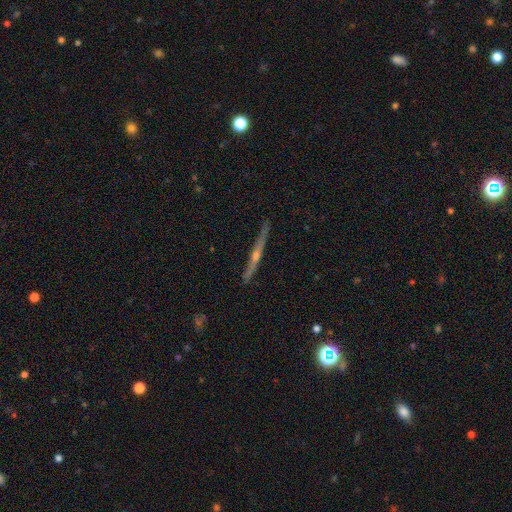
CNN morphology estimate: smooth-or-featured: featured or disk: 77% | smooth: 15% | star or artifact: 9%
  disk-edge-on: yes: 97% | no: 3%
    edge-on-bulge: rounded: 83% | none: 11% | boxy: 5%
  merging: none: 89% | minor disturbance: 8% | major disturbance: 2% | merger: 2%